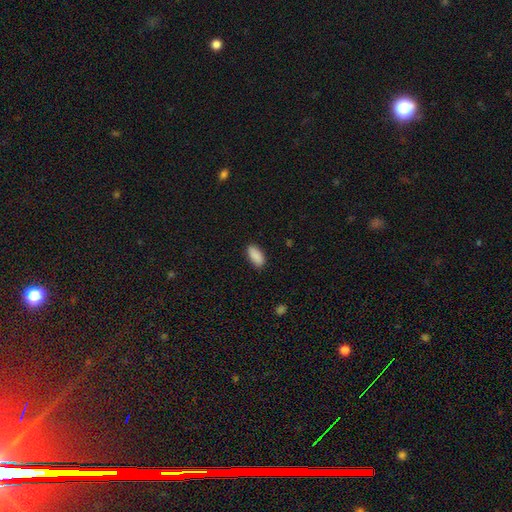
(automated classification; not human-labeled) Smooth or featured? smooth (90%)
How rounded? in between (90%)
Merging? none (88%)